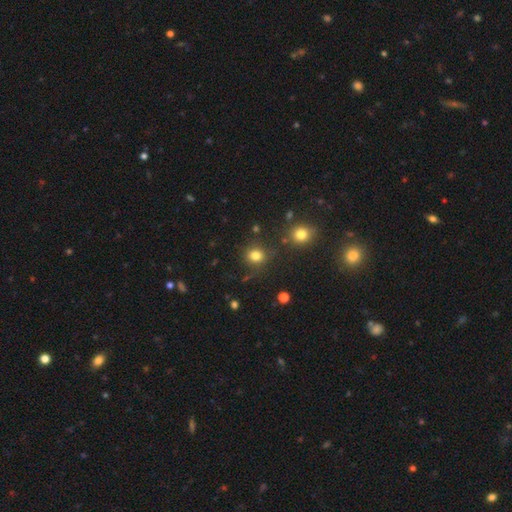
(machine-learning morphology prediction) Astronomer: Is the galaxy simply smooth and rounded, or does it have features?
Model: smooth — 80%.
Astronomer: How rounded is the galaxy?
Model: round — 82%.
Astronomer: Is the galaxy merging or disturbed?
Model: none — 80%.